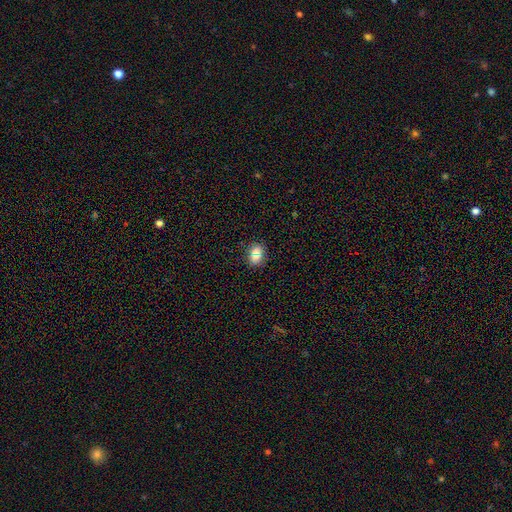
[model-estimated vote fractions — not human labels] A smooth galaxy with no disk features (75%) that is in between round and cigar-shaped (59%). Merging: none (76%).